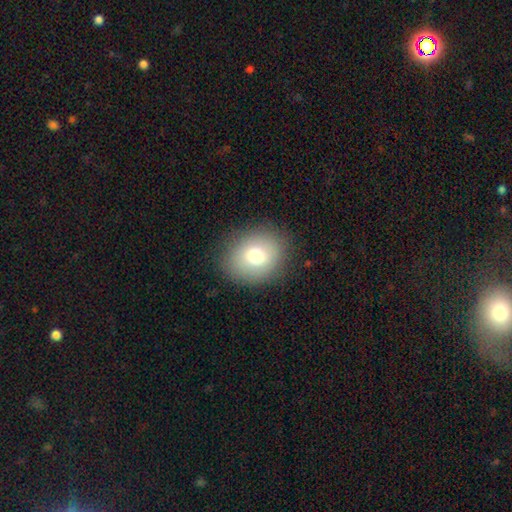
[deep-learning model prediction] A smooth galaxy with no disk features (74%) that is round (59%).

Vote fractions:
- Smooth or featured? smooth: 74% / featured or disk: 15% / star or artifact: 12%
- How rounded? round: 59% / in between: 40% / cigar-shaped: 1%
- Merging? none: 87% / minor disturbance: 9% / major disturbance: 3% / merger: 1%